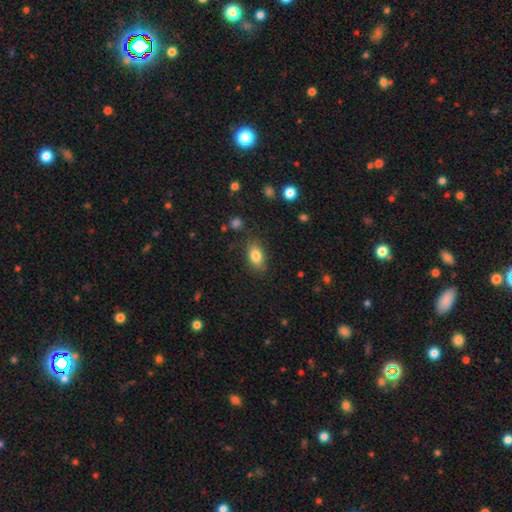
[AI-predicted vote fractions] Morphology: type=smooth (83%); roundness=in between (87%); merging=none (82%).